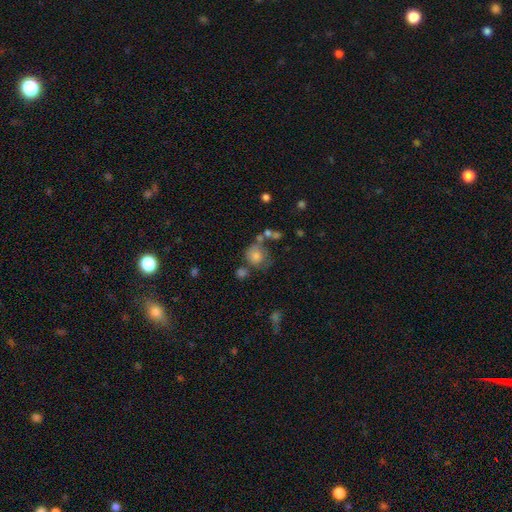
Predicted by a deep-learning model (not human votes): Q: Smooth or featured?
A: smooth (70%); runner-up: featured or disk (17%)
Q: How rounded?
A: round (78%); runner-up: in between (21%)
Q: Merging?
A: none (47%); runner-up: minor disturbance (20%)